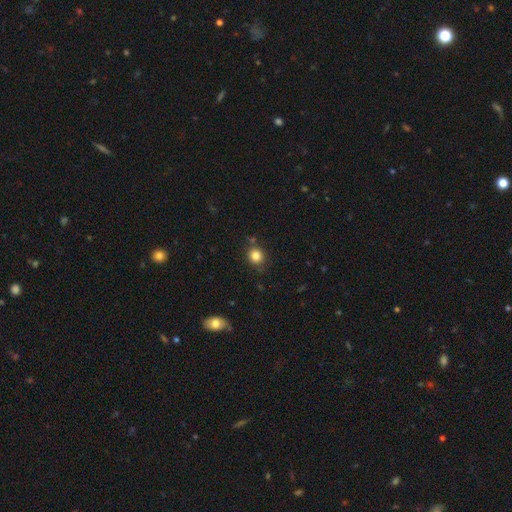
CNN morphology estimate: Smooth or featured?
  - smooth: 83% *
  - star or artifact: 11%
  - featured or disk: 5%
How rounded?
  - round: 84% *
  - in between: 15%
  - cigar-shaped: 1%
Merging?
  - none: 82% *
  - minor disturbance: 10%
  - merger: 5%
  - major disturbance: 3%